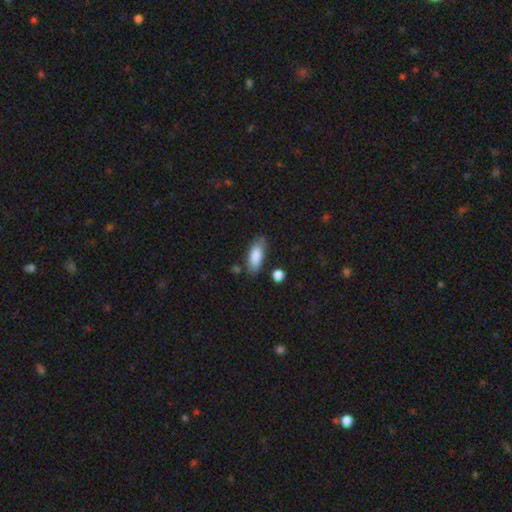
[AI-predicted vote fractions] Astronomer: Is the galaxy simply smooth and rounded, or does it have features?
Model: smooth — 83%.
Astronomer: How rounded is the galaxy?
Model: in between — 80%.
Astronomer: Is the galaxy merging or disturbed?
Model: none — 73%.